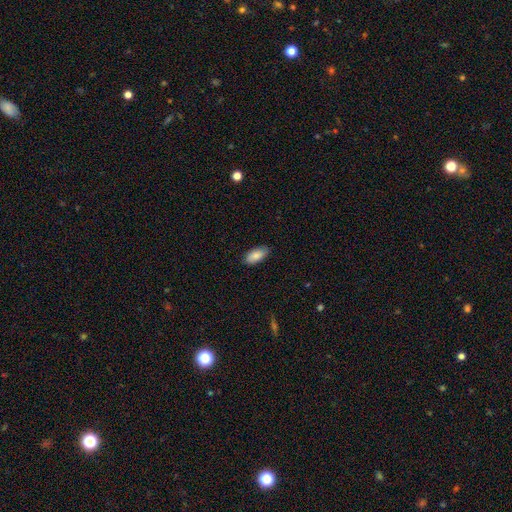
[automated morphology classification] This is clearly a smooth galaxy (87%). How rounded: clearly in between (91%). Merging: clearly none (86%).